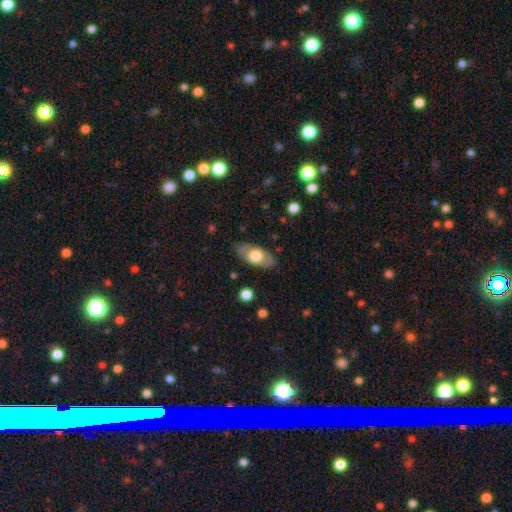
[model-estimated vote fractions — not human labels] Smooth or featured?
  - smooth: 53% *
  - featured or disk: 41%
  - star or artifact: 5%
How rounded?
  - in between: 87% *
  - round: 8%
  - cigar-shaped: 5%
Merging?
  - none: 81% *
  - minor disturbance: 14%
  - major disturbance: 4%
  - merger: 1%